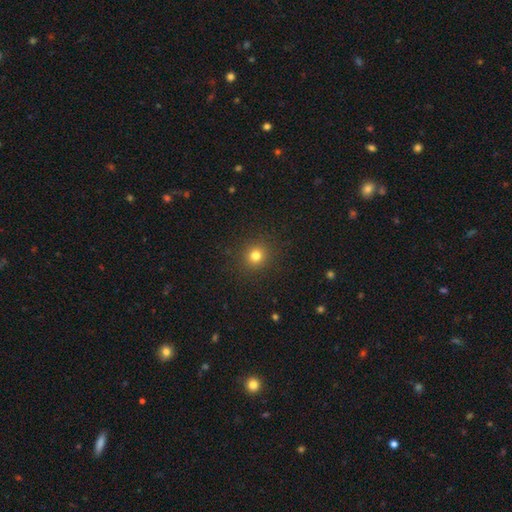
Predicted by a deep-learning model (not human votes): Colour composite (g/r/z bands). It shows a smooth galaxy with no disk features (79%) that is round (91%). Merging: none (91%).